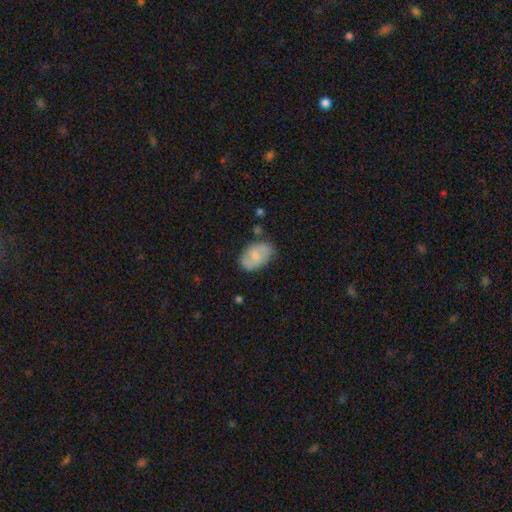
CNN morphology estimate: Smooth or featured: smooth — 61% (featured or disk — 32%)
How rounded: in between — 87% (round — 11%)
Merging: none — 66% (minor disturbance — 24%)